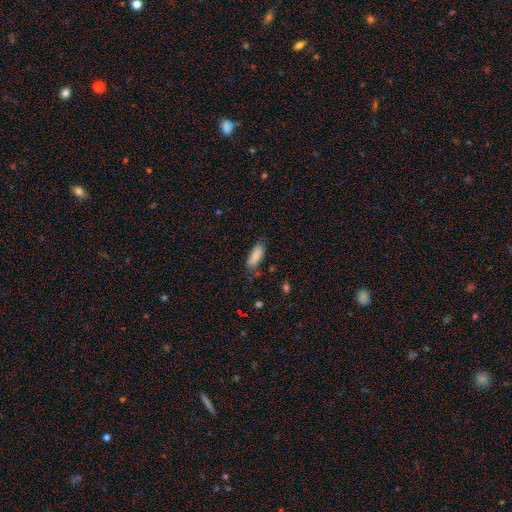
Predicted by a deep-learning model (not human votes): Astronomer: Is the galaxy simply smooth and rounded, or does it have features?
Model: smooth — 86%.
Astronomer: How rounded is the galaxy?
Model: in between — 73%.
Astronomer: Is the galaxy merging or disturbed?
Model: none — 65%.